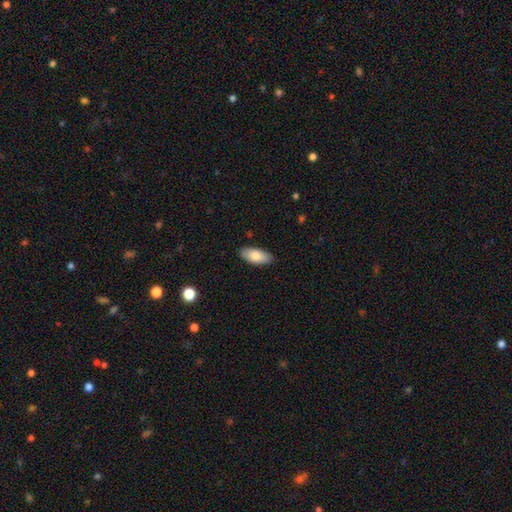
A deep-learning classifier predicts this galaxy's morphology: smooth_or_featured: smooth (p=0.79) [alt: featured or disk p=0.15]
how_rounded: in between (p=0.90) [alt: cigar-shaped p=0.08]
merging: none (p=0.88) [alt: minor disturbance p=0.09]